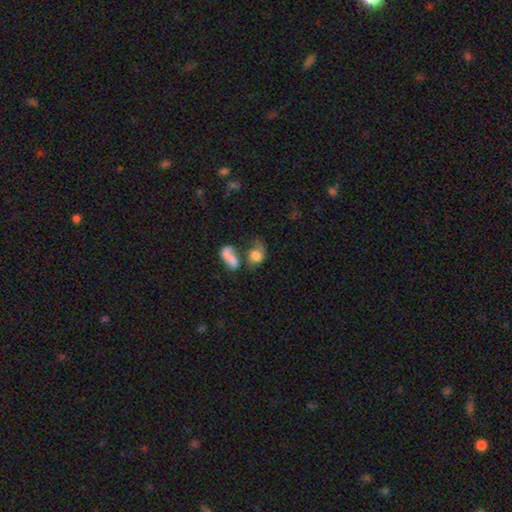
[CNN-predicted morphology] type=smooth (67%); roundness=in between (61%); merging=merger (40%).